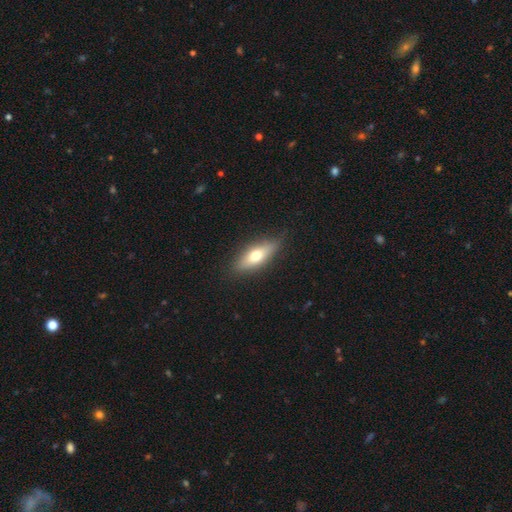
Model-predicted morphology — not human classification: Smooth or featured?
  - smooth: 65% *
  - featured or disk: 29%
  - star or artifact: 7%
How rounded?
  - in between: 63% *
  - cigar-shaped: 34%
  - round: 3%
Merging?
  - none: 83% *
  - minor disturbance: 13%
  - major disturbance: 3%
  - merger: 1%